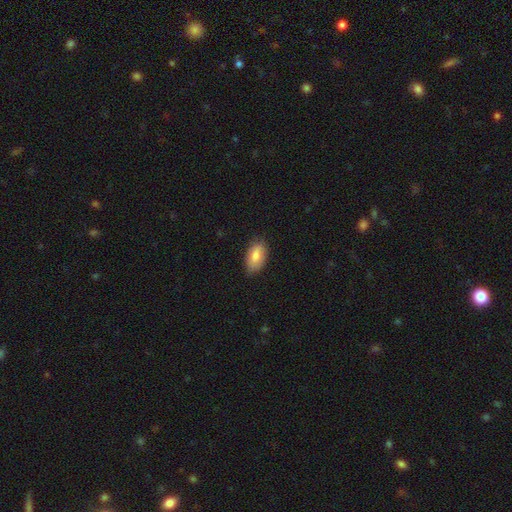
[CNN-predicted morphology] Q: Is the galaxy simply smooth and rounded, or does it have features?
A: smooth — 82%.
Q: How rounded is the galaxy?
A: in between — 93%.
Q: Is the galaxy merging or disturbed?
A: none — 79%.